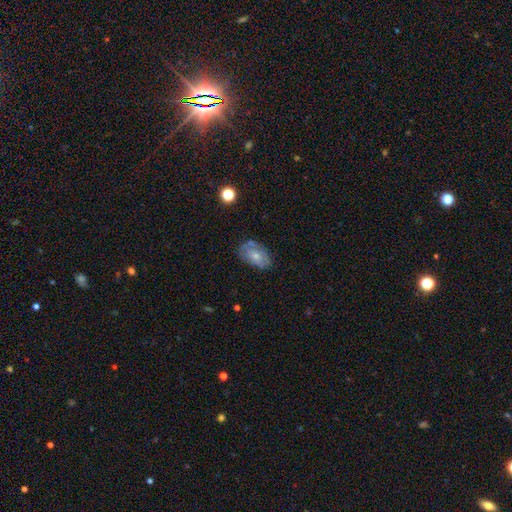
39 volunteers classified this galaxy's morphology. Volunteers were most divided on "smooth or featured": smooth: 62%, featured or disk: 36%, star or artifact: 3%. More confident: how rounded — in between (92%); merging — none (61%).